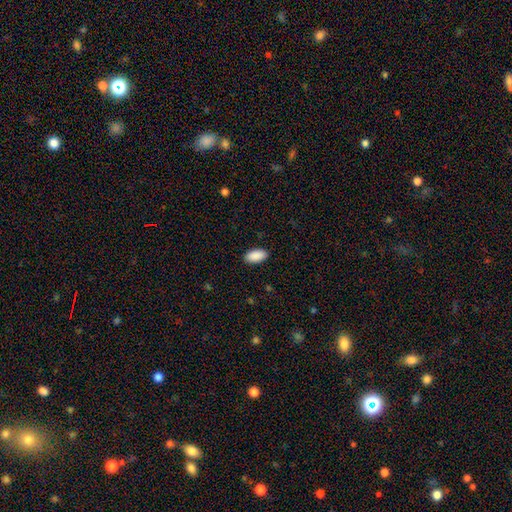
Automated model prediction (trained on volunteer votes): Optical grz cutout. It shows a smooth galaxy with no disk features (91%) that is in between round and cigar-shaped (95%). Merging: none (90%).